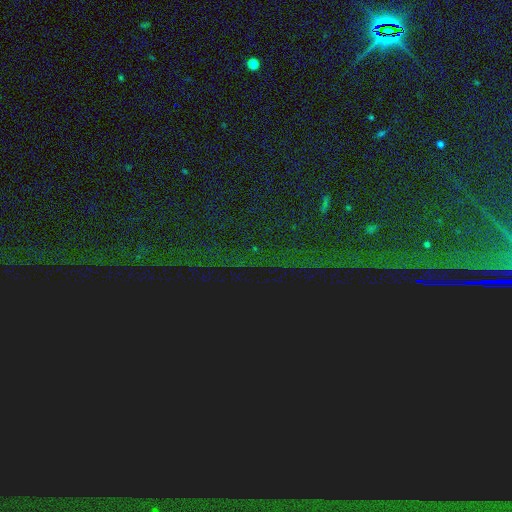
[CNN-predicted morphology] Smooth or featured? star or artifact (87%)